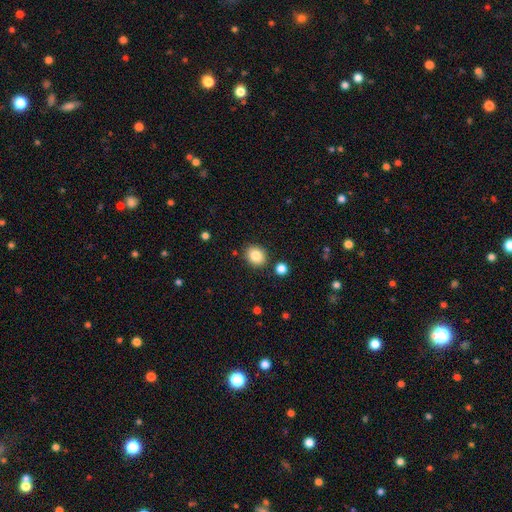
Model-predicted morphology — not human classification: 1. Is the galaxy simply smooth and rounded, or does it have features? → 84% smooth, 9% star or artifact, 6% featured or disk.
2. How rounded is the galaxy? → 57% round, 42% in between, 1% cigar-shaped.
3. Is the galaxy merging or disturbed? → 85% none, 8% minor disturbance, 4% merger, 2% major disturbance.